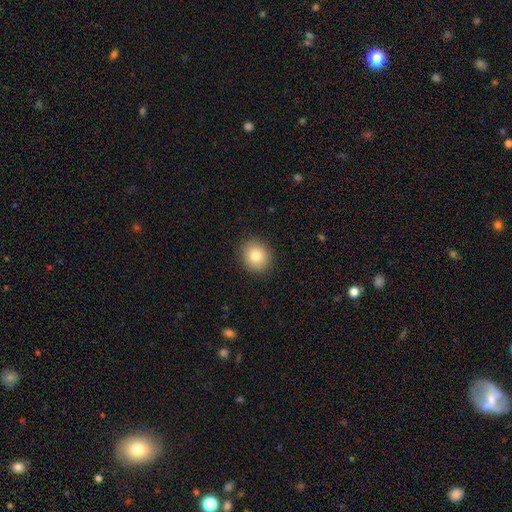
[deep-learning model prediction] smooth 81%, featured or disk 10%, star or artifact 10%. Down the decision tree: how rounded — round (80%); merging — none (90%).